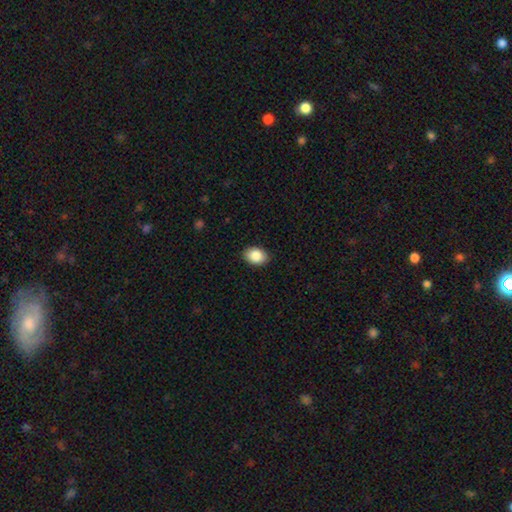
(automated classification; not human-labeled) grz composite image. It shows a smooth galaxy with no disk features (87%) that is in between round and cigar-shaped (77%). Merging: none (88%).